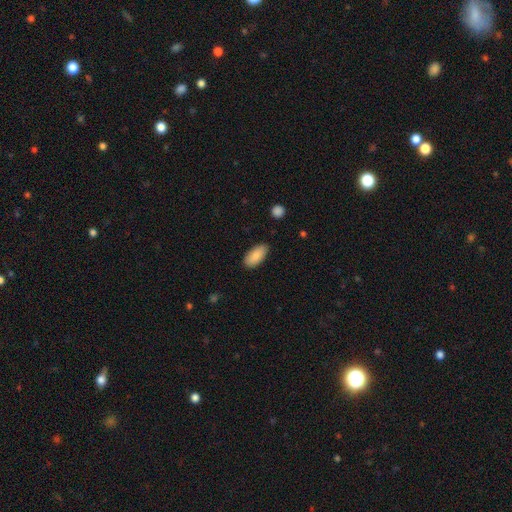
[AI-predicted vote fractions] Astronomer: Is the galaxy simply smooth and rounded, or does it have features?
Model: smooth — 87%.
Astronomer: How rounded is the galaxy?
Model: in between — 91%.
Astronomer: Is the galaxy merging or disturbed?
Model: none — 83%.